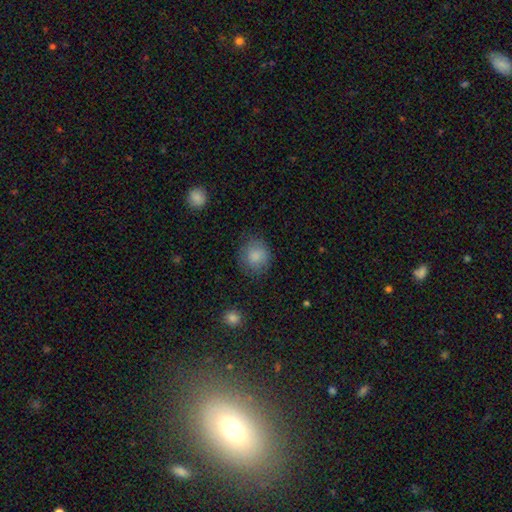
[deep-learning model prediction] The model was most divided on "merging": none: 80%, minor disturbance: 14%, major disturbance: 5%, merger: 1%. More confident: how rounded — round (86%); smooth or featured — smooth (85%).